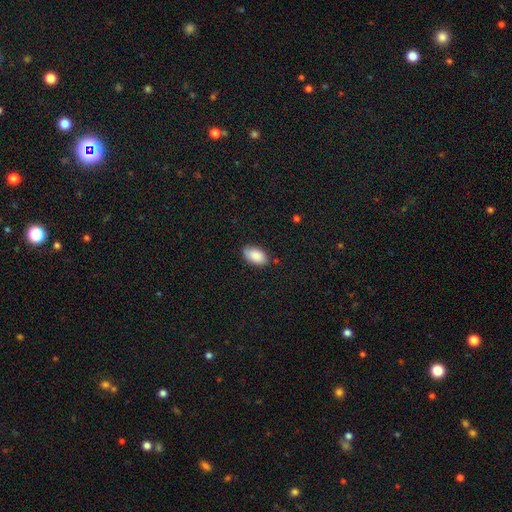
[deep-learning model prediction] smooth_or_featured: smooth (p=0.88) [alt: star or artifact p=0.06]
how_rounded: in between (p=0.94) [alt: round p=0.04]
merging: none (p=0.81) [alt: minor disturbance p=0.15]